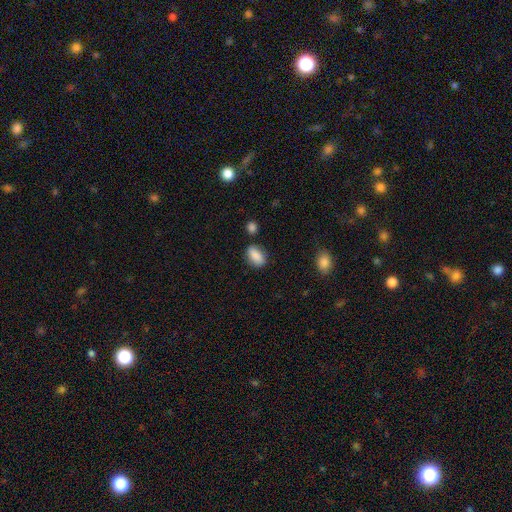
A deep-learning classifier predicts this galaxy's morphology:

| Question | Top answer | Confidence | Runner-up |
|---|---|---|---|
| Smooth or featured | smooth | 86% | star or artifact (8%) |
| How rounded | in between | 87% | round (10%) |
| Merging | none | 76% | minor disturbance (15%) |